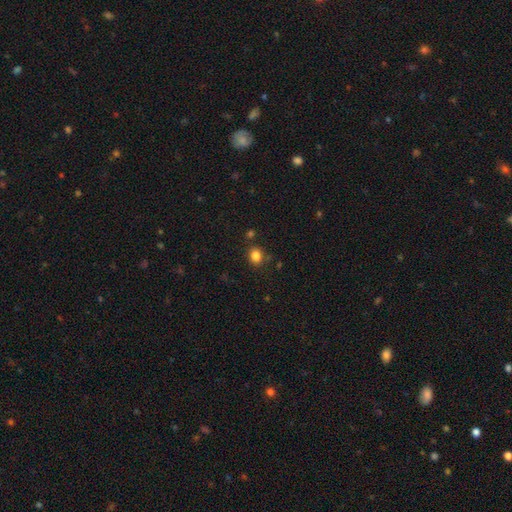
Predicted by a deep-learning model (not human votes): A smooth galaxy with no disk features (83%) that is round (63%). Merging: none (80%).